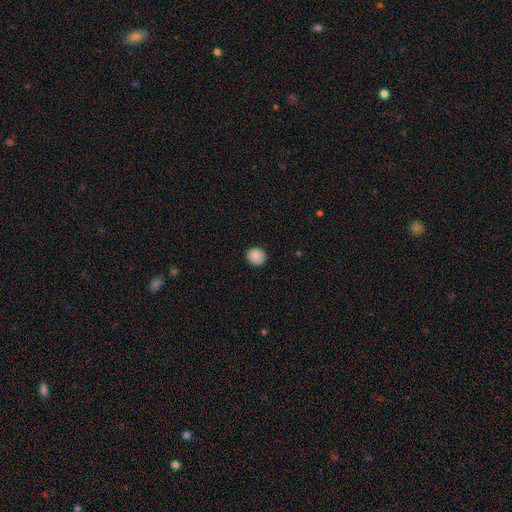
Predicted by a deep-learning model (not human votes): A smooth galaxy with no disk features (88%) that is round (88%).

Vote fractions:
- Smooth or featured? smooth: 88% / star or artifact: 8% / featured or disk: 3%
- How rounded? round: 88% / in between: 11% / cigar-shaped: 1%
- Merging? none: 90% / minor disturbance: 7% / major disturbance: 2% / merger: 1%